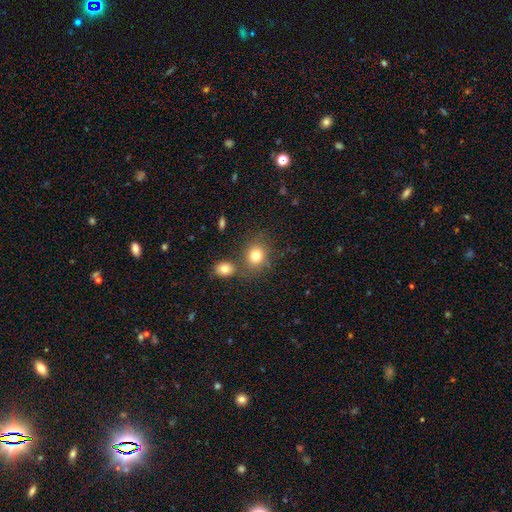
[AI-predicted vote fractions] The model was most divided on "how rounded": round: 69%, in between: 30%, cigar-shaped: 1%. More confident: smooth or featured — smooth (79%); merging — none (67%).